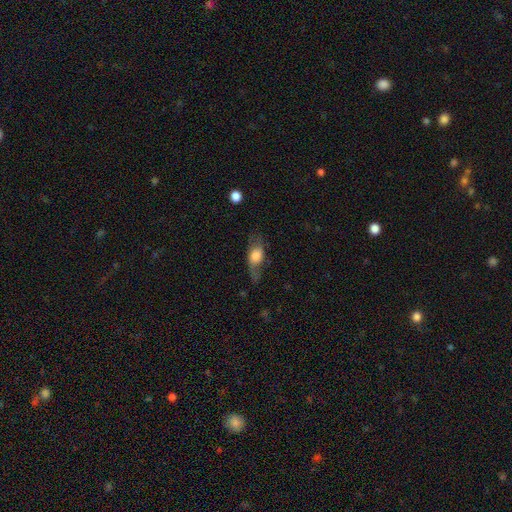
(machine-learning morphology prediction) Smooth or featured?
  - smooth: 58% *
  - featured or disk: 34%
  - star or artifact: 8%
How rounded?
  - in between: 72% *
  - cigar-shaped: 16%
  - round: 11%
Merging?
  - none: 58% *
  - minor disturbance: 24%
  - major disturbance: 16%
  - merger: 2%